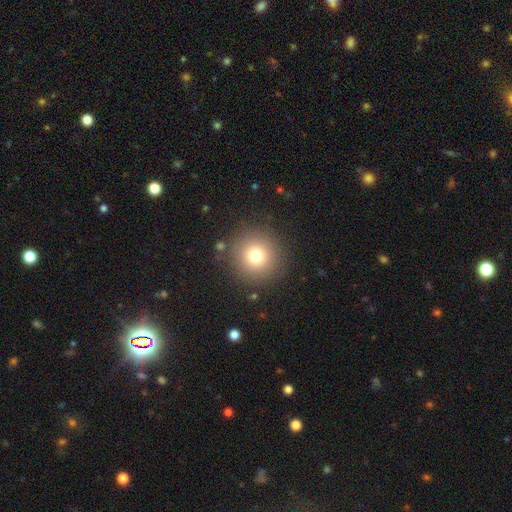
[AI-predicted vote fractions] A smooth galaxy with no disk features (77%) that is round (96%). Merging: none (88%).